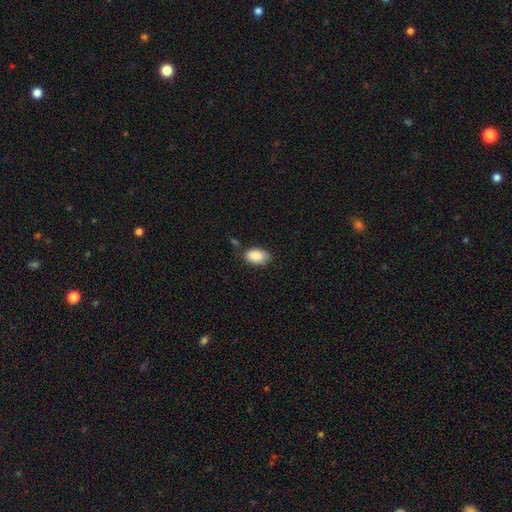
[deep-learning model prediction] The model was most divided on "merging": none: 70%, minor disturbance: 21%, merger: 4%, major disturbance: 4%. More confident: how rounded — in between (92%); smooth or featured — smooth (87%).